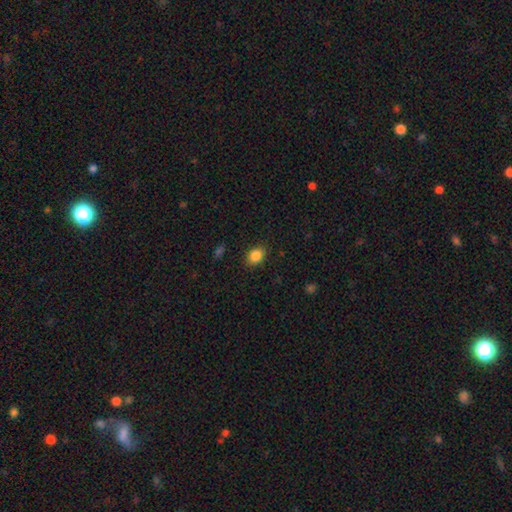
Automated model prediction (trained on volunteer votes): This appears to be a smooth galaxy with no disk features (86%) that is in between round and cigar-shaped (61%). Merging: none (87%).